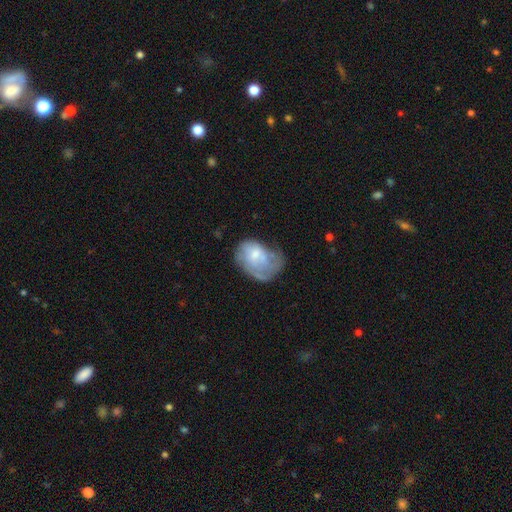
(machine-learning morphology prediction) type=smooth (49%); merging=major disturbance (34%).